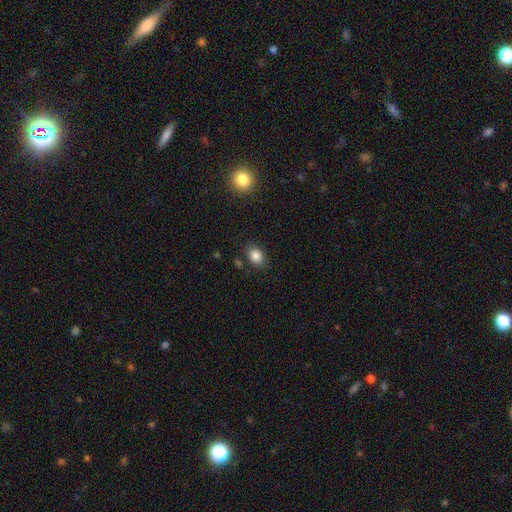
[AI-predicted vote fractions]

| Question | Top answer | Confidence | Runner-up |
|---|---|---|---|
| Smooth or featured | smooth | 84% | star or artifact (10%) |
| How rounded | in between | 62% | round (37%) |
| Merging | none | 81% | minor disturbance (12%) |